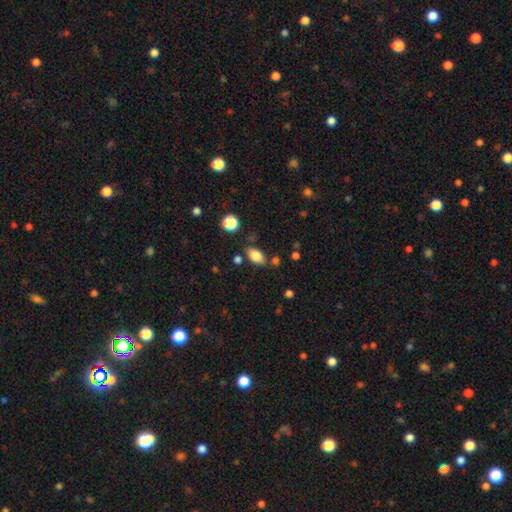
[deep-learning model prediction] This appears to be a smooth galaxy with no disk features (83%) that is in between round and cigar-shaped (88%). Merging: none (75%).